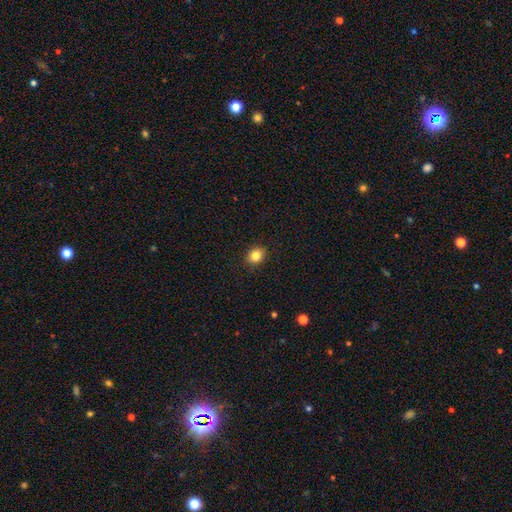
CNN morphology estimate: Smooth or featured?
  - smooth: 84% *
  - star or artifact: 10%
  - featured or disk: 6%
How rounded?
  - round: 54% *
  - in between: 45%
  - cigar-shaped: 1%
Merging?
  - none: 90% *
  - minor disturbance: 7%
  - major disturbance: 2%
  - merger: 1%